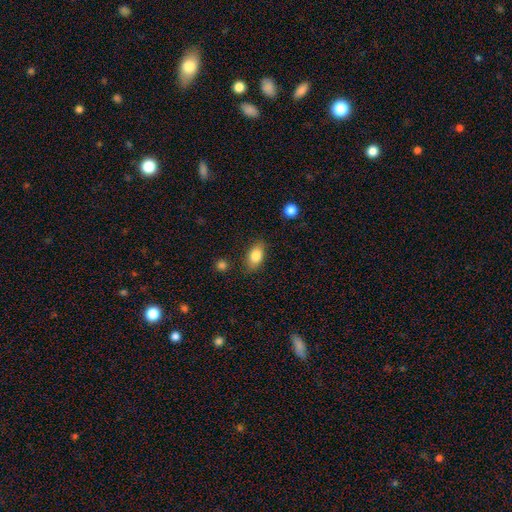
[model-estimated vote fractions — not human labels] The model was most divided on "merging": none: 84%, minor disturbance: 12%, major disturbance: 3%, merger: 2%. More confident: how rounded — in between (88%); smooth or featured — smooth (83%).